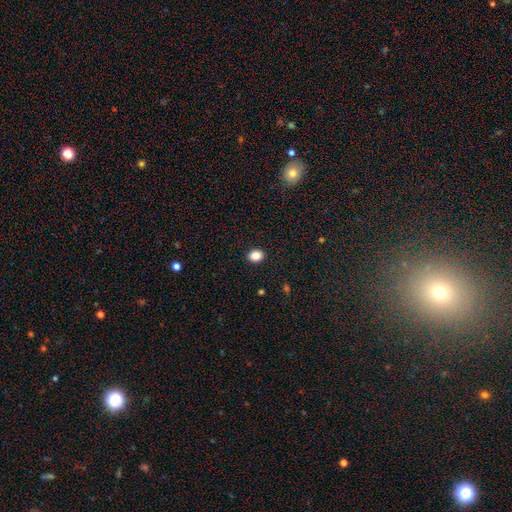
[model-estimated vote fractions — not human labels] smooth-or-featured: smooth: 86% | star or artifact: 10% | featured or disk: 4%
  how-rounded: round: 54% | in between: 45% | cigar-shaped: 1%
  merging: none: 91% | minor disturbance: 6% | major disturbance: 2% | merger: 1%